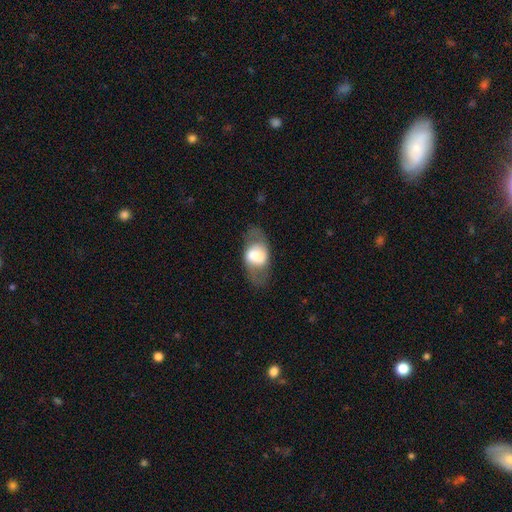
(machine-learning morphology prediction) A smooth galaxy with no disk features (49%).

Vote fractions:
- Smooth or featured? smooth: 49% / featured or disk: 44% / star or artifact: 7%
- Merging? none: 70% / minor disturbance: 17% / major disturbance: 12% / merger: 1%